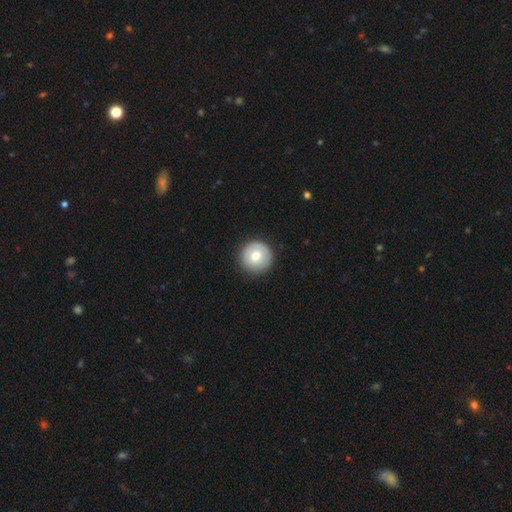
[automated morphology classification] Smooth or featured? Predicted: smooth (p=0.70). How rounded? Predicted: round (p=0.96). Merging? Predicted: none (p=0.89).